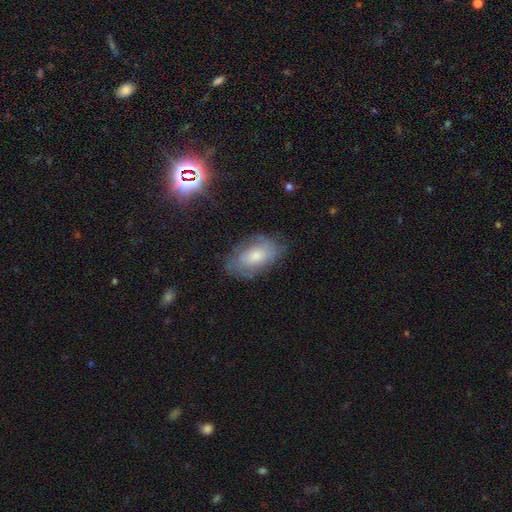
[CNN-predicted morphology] Q: Smooth or featured?
A: smooth (47%); runner-up: featured or disk (45%)
Q: Merging?
A: none (68%); runner-up: minor disturbance (22%)